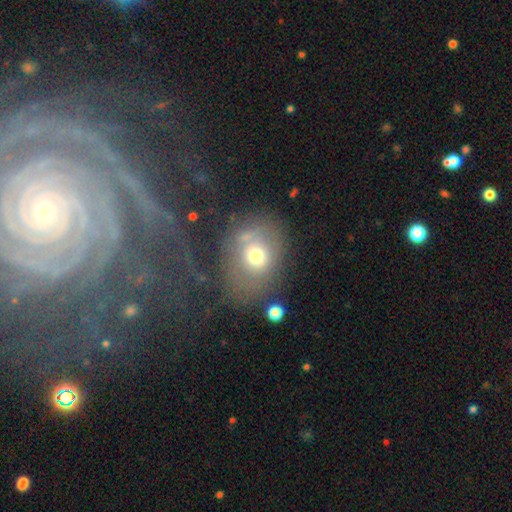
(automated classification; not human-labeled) This is likely a smooth galaxy (63%). How rounded: possibly round (55%). Merging: marginally none (38%).